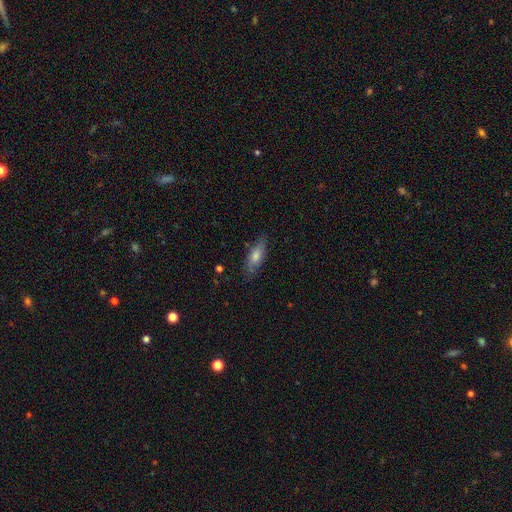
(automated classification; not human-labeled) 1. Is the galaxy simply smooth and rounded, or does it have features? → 55% smooth, 36% featured or disk, 9% star or artifact.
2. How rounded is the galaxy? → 56% in between, 41% cigar-shaped, 3% round.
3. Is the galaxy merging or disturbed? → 79% none, 16% minor disturbance, 4% major disturbance, 1% merger.